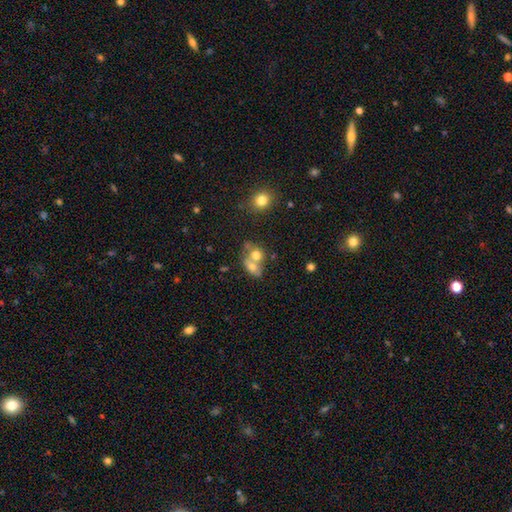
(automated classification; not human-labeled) Q: Smooth or featured?
A: smooth (67%); runner-up: featured or disk (22%)
Q: How rounded?
A: round (52%); runner-up: in between (46%)
Q: Merging?
A: merger (64%); runner-up: none (23%)